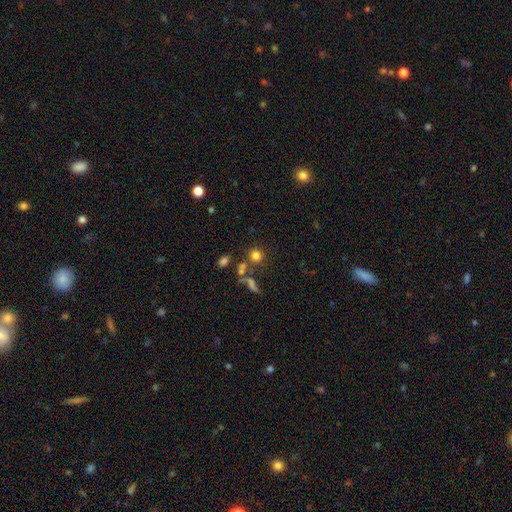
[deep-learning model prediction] Smooth or featured?
  - smooth: 76% *
  - star or artifact: 15%
  - featured or disk: 9%
How rounded?
  - round: 85% *
  - in between: 13%
  - cigar-shaped: 2%
Merging?
  - none: 67% *
  - merger: 16%
  - minor disturbance: 11%
  - major disturbance: 6%